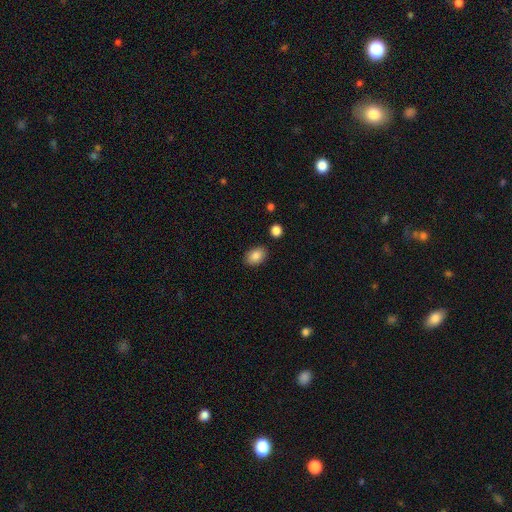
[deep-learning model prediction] A smooth galaxy with no disk features (87%) that is in between round and cigar-shaped (83%). Merging: none (86%).